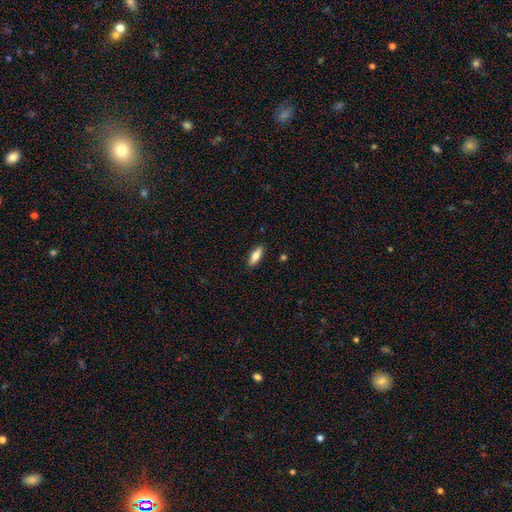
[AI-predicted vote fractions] smooth_or_featured: smooth (p=0.75) [alt: featured or disk p=0.18]
how_rounded: in between (p=0.57) [alt: cigar-shaped p=0.41]
merging: none (p=0.88) [alt: minor disturbance p=0.08]